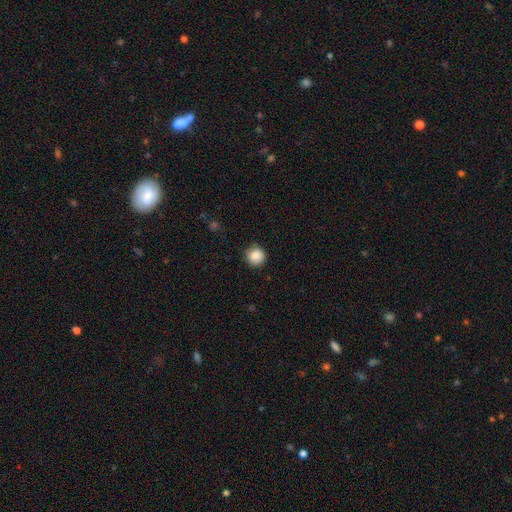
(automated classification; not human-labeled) This is clearly a smooth galaxy (86%). How rounded: clearly round (94%). Merging: clearly none (85%).